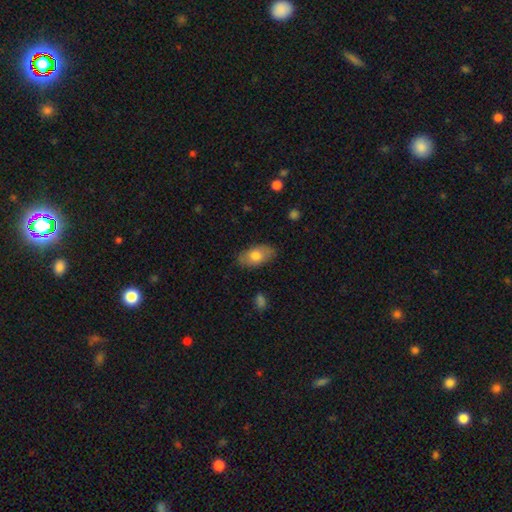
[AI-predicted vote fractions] Q: Smooth or featured?
A: smooth (73%); runner-up: featured or disk (21%)
Q: How rounded?
A: in between (92%); runner-up: round (5%)
Q: Merging?
A: none (83%); runner-up: minor disturbance (13%)